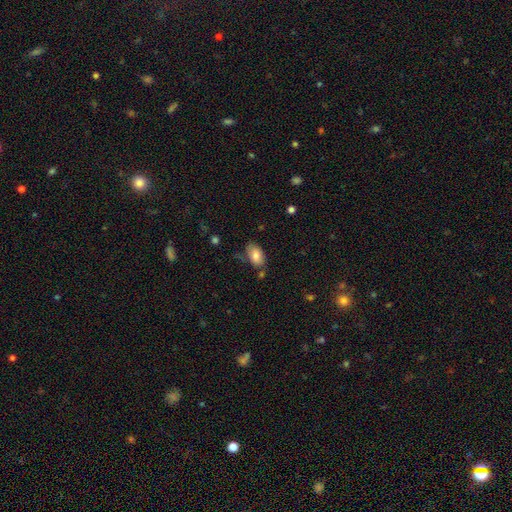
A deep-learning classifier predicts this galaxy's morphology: The model was most divided on "merging": none: 61%, minor disturbance: 24%, merger: 8%, major disturbance: 7%. More confident: how rounded — in between (91%); smooth or featured — smooth (80%).